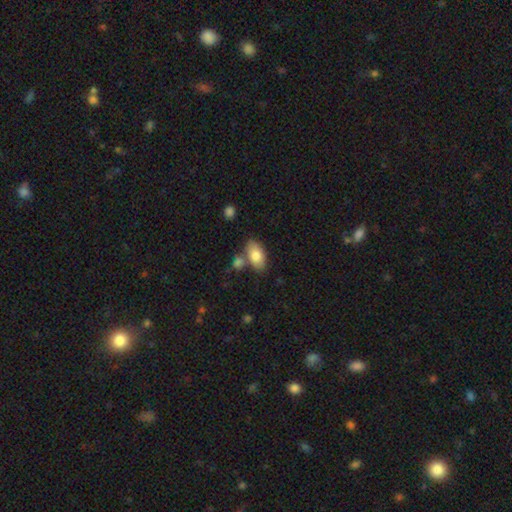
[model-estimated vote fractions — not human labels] A smooth galaxy with no disk features (80%) that is in between round and cigar-shaped (93%). Merging: none (67%).